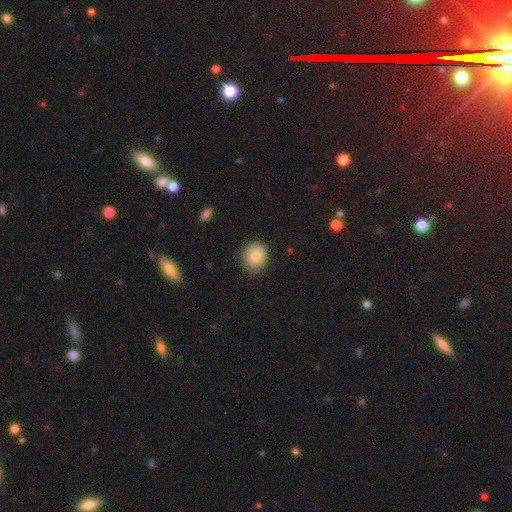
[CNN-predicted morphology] Smooth or featured?
  - smooth: 81% *
  - featured or disk: 10%
  - star or artifact: 8%
How rounded?
  - round: 79% *
  - in between: 20%
  - cigar-shaped: 1%
Merging?
  - none: 80% *
  - minor disturbance: 16%
  - major disturbance: 3%
  - merger: 1%